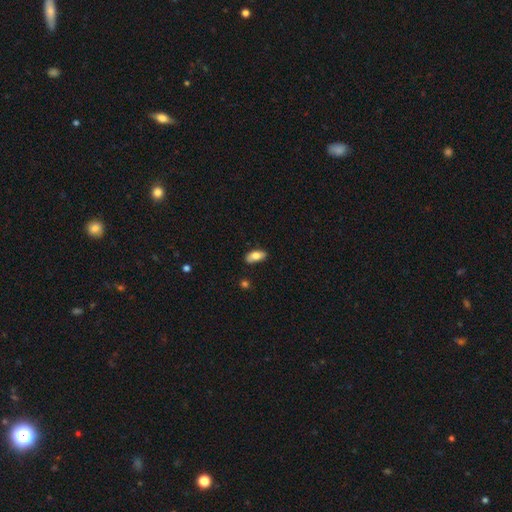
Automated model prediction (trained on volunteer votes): smooth 78%, featured or disk 16%, star or artifact 7%. Down the decision tree: how rounded — in between (89%); merging — none (78%).